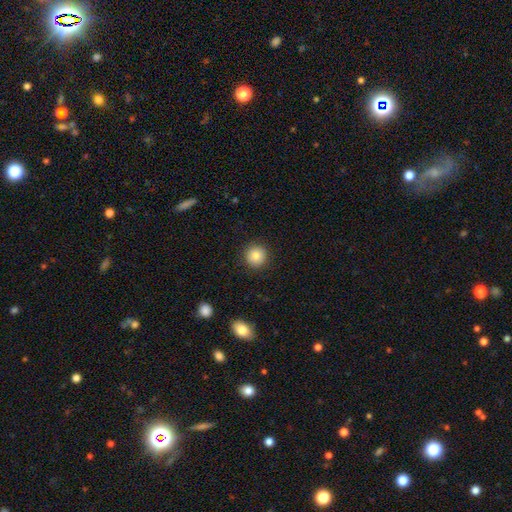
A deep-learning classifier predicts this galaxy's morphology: The model was most divided on "smooth or featured": smooth: 84%, star or artifact: 10%, featured or disk: 6%. More confident: how rounded — round (94%); merging — none (91%).